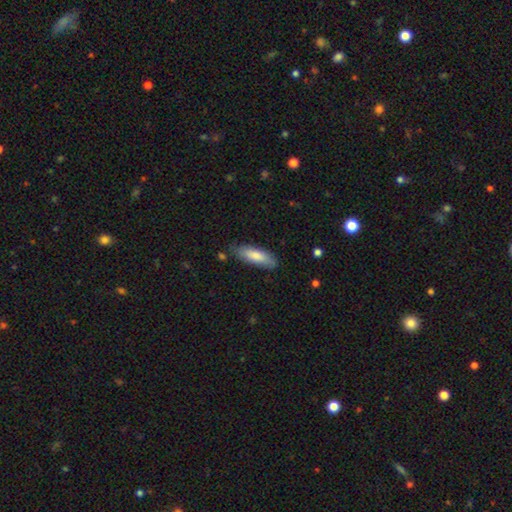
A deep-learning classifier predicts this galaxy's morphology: smooth_or_featured: smooth (p=0.80) [alt: featured or disk p=0.15]
how_rounded: in between (p=0.55) [alt: cigar-shaped p=0.44]
merging: none (p=0.78) [alt: minor disturbance p=0.17]